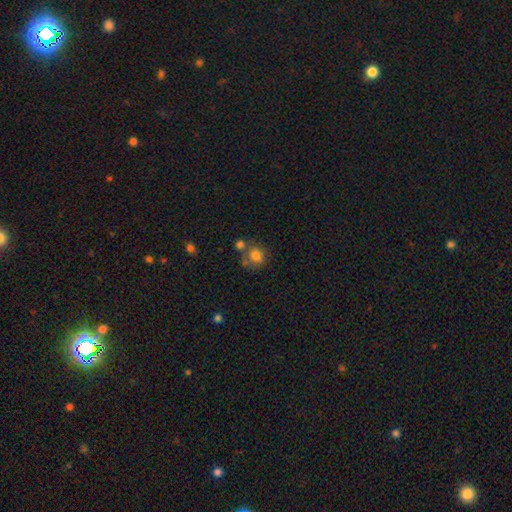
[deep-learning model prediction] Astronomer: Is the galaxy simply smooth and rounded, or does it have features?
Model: smooth — 78%.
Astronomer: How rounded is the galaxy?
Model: round — 78%.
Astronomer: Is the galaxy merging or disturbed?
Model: none — 51% (runner-up: merger, 27%).